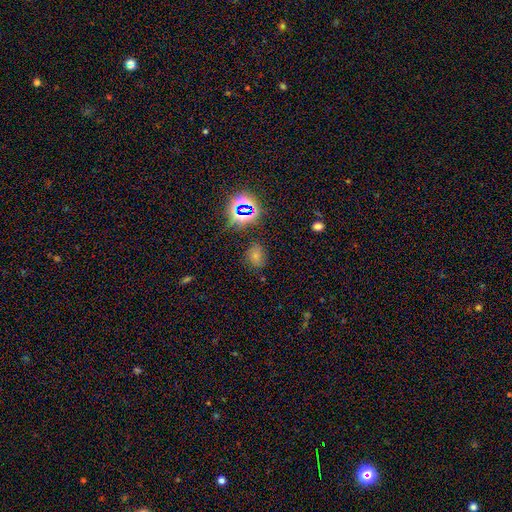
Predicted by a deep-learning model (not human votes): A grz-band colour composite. It shows a smooth galaxy with no disk features (60%) that is in between round and cigar-shaped (53%). Merging: none (75%).